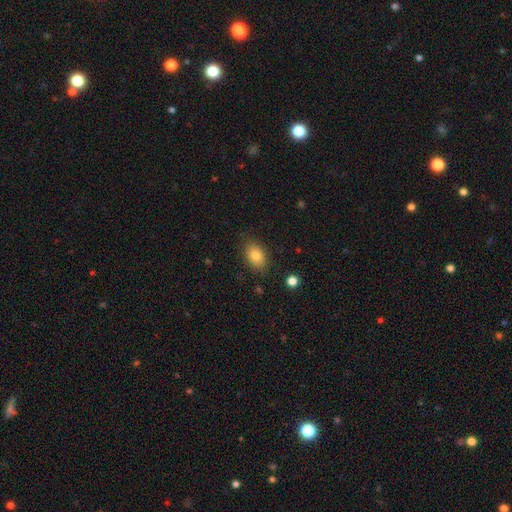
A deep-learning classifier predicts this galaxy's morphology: type=smooth (82%); roundness=in between (81%); merging=none (84%).